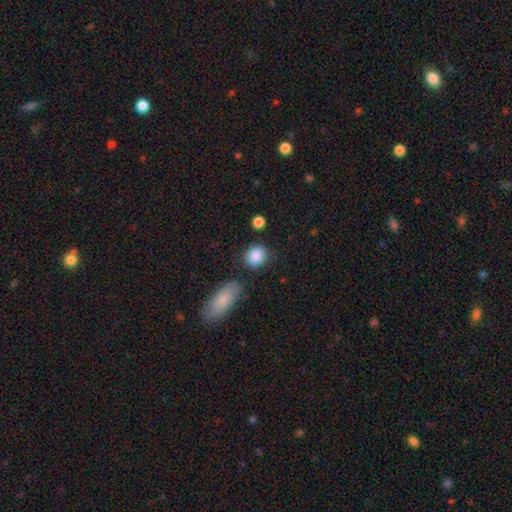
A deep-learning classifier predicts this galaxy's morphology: A smooth galaxy with no disk features (88%) that is round (71%).

Vote fractions:
- Smooth or featured? smooth: 88% / star or artifact: 7% / featured or disk: 4%
- How rounded? round: 71% / in between: 27% / cigar-shaped: 2%
- Merging? none: 79% / minor disturbance: 12% / merger: 6% / major disturbance: 4%